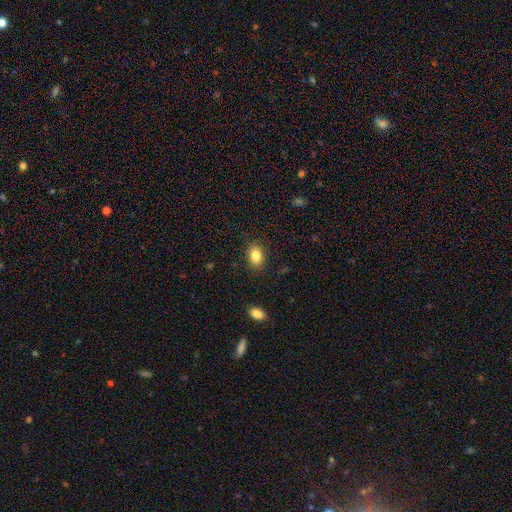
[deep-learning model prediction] smooth-or-featured: smooth: 84% | star or artifact: 9% | featured or disk: 7%
  how-rounded: in between: 78% | round: 21% | cigar-shaped: 1%
  merging: none: 87% | minor disturbance: 9% | major disturbance: 2% | merger: 1%